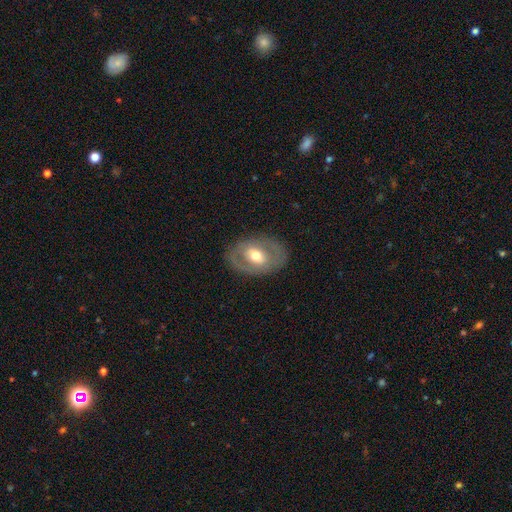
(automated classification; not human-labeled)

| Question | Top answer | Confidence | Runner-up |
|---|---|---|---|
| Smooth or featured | featured or disk | 57% | smooth (37%) |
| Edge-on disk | no | 91% | yes (9%) |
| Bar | no | 44% | weak (36%) |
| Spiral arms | no | 69% | yes (31%) |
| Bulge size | moderate | 71% | small (15%) |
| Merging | none | 81% | minor disturbance (12%) |